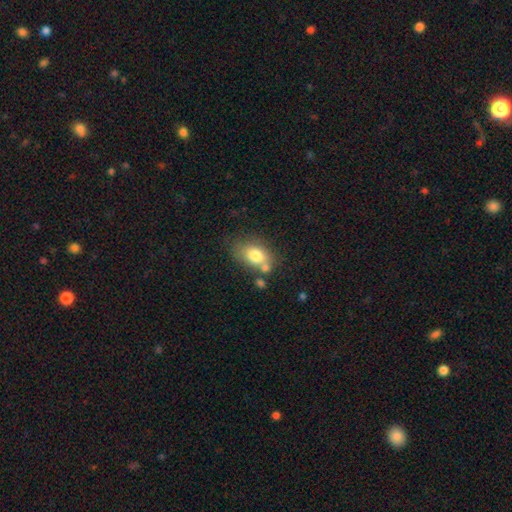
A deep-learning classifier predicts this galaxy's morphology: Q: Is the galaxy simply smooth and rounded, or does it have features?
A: smooth — 77%.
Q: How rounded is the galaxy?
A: in between — 78%.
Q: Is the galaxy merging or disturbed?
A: none — 55%.